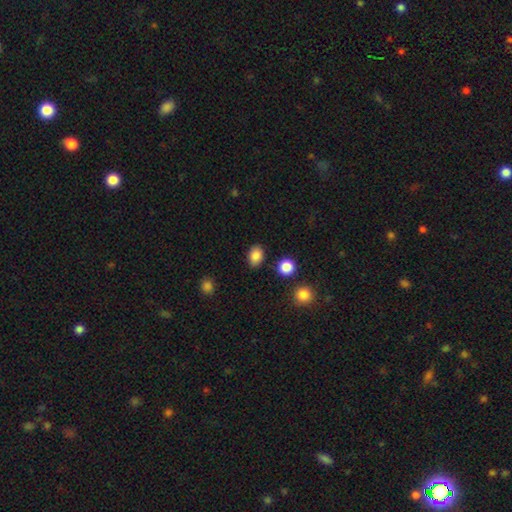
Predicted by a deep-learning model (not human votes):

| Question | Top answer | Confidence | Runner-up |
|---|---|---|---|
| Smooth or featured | smooth | 86% | star or artifact (10%) |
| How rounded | in between | 72% | round (27%) |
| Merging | none | 85% | minor disturbance (10%) |